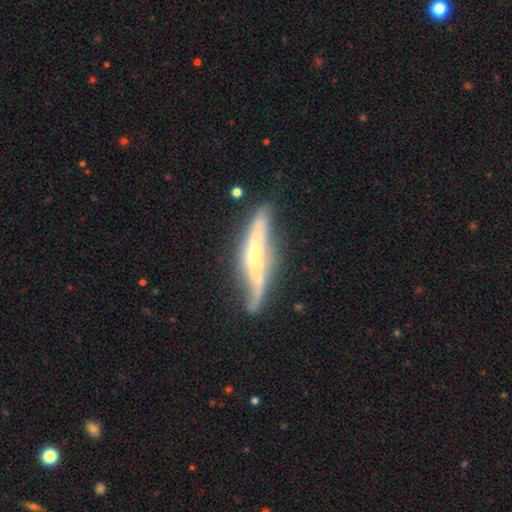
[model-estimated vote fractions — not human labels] featured or disk 73%, smooth 21%, star or artifact 6%. Down the decision tree: edge-on disk — yes (70%); edge-on bulge — rounded (58%); merging — none (54%).